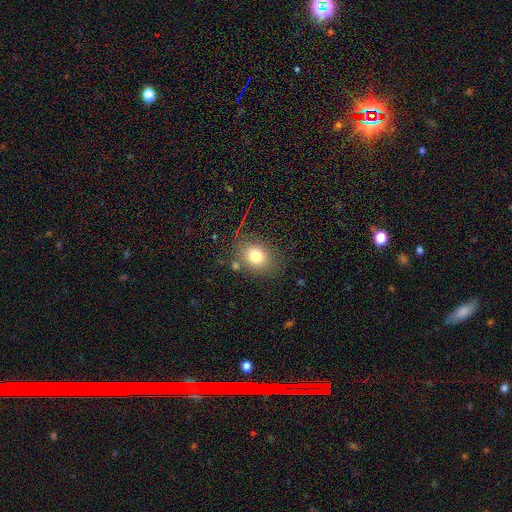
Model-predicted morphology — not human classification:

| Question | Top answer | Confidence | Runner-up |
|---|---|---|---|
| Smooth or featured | smooth | 78% | star or artifact (12%) |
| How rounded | in between | 56% | round (43%) |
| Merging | none | 77% | minor disturbance (13%) |